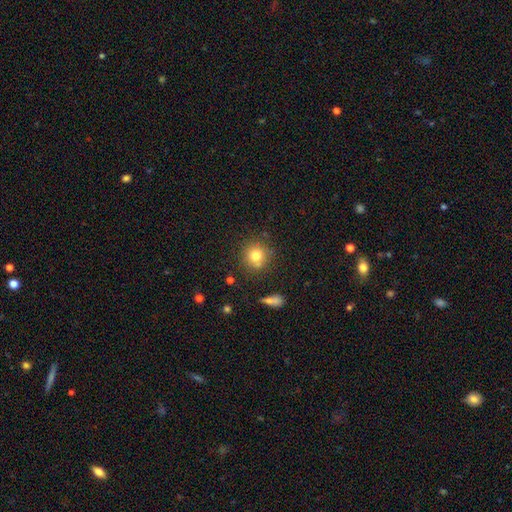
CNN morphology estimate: This appears to be a smooth galaxy with no disk features (77%) that is round (91%). Merging: none (76%).